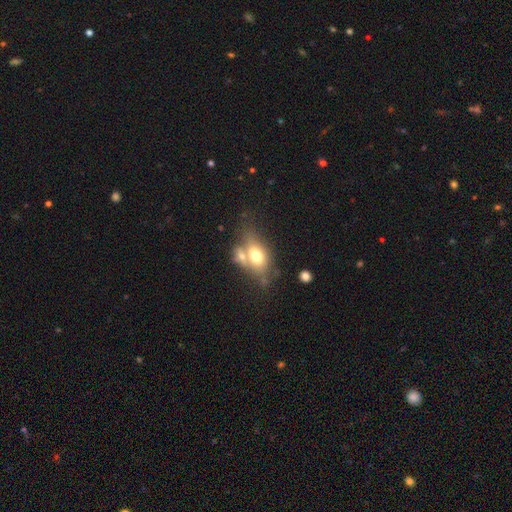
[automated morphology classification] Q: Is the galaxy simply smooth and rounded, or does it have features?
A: smooth — 65%.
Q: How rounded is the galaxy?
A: in between — 80%.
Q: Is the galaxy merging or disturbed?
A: none — 39%.